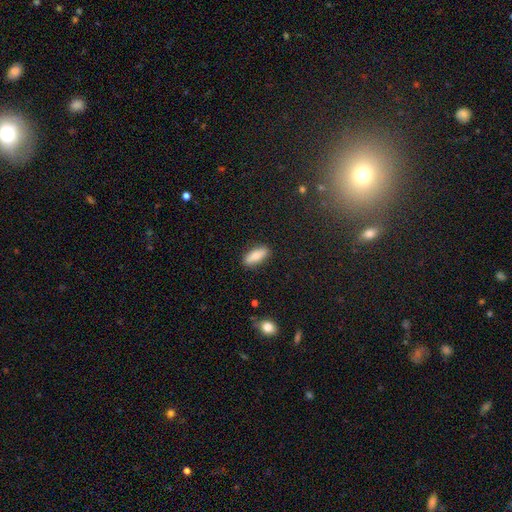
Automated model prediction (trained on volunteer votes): Smooth or featured? Predicted: smooth (p=0.77). How rounded? Predicted: in between (p=0.70). Merging? Predicted: none (p=0.87).